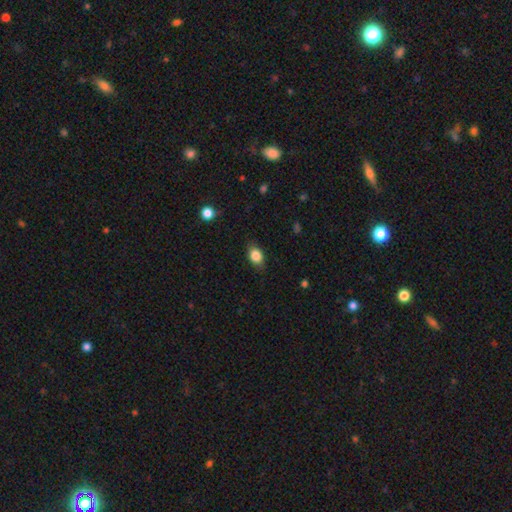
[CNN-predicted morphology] smooth 85%, star or artifact 9%, featured or disk 6%. Down the decision tree: how rounded — in between (74%); merging — none (80%).